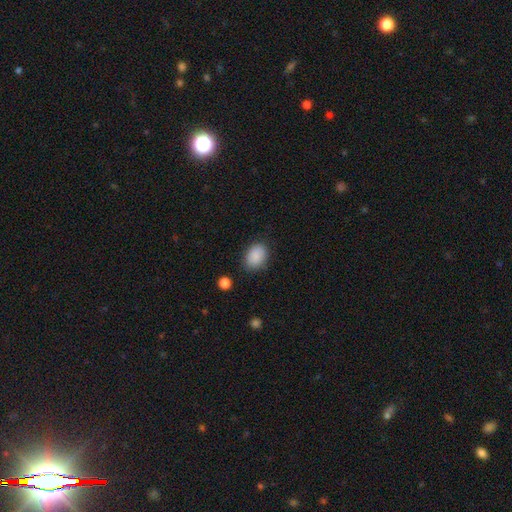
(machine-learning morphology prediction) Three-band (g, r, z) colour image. It shows a smooth galaxy with no disk features (89%) that is in between round and cigar-shaped (72%). Merging: none (82%).